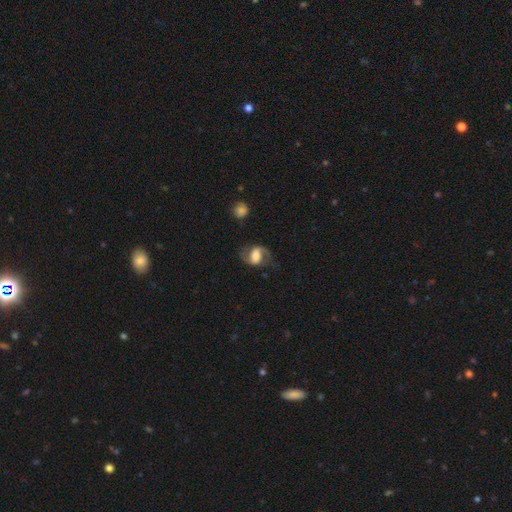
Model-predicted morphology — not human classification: Smooth or featured: featured or disk — 68% (smooth — 24%)
Edge-on disk: no — 97% (yes — 3%)
Bar: weak — 42% (strong — 30%)
Spiral arms: yes — 90% (no — 10%)
Spiral winding: medium — 48% (loose — 40%)
Spiral arm count: 2 — 90% (can't tell — 4%)
Bulge size: large — 41% (moderate — 31%)
Merging: none — 67% (minor disturbance — 18%)